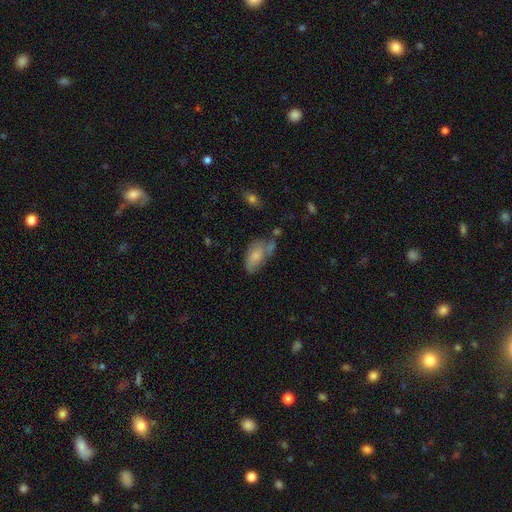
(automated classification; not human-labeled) smooth_or_featured: smooth (p=0.66) [alt: featured or disk p=0.27]
how_rounded: in between (p=0.92) [alt: round p=0.04]
merging: none (p=0.38) [alt: minor disturbance p=0.29]